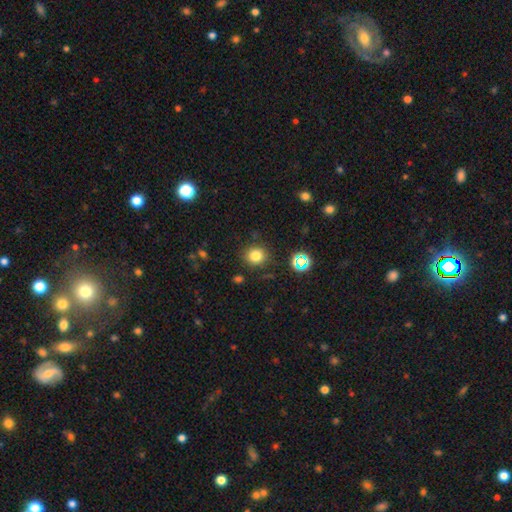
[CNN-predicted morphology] Overall: smooth (77%). How rounded: round (84%). Merging: none (85%).